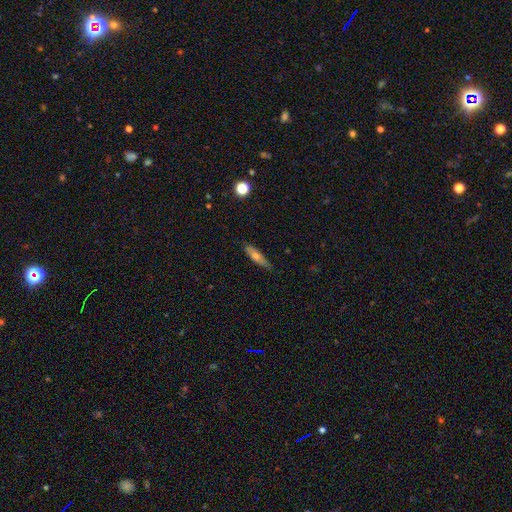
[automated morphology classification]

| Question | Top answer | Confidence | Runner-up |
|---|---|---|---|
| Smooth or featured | smooth | 59% | featured or disk (33%) |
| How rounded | cigar-shaped | 73% | in between (25%) |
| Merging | none | 81% | minor disturbance (15%) |